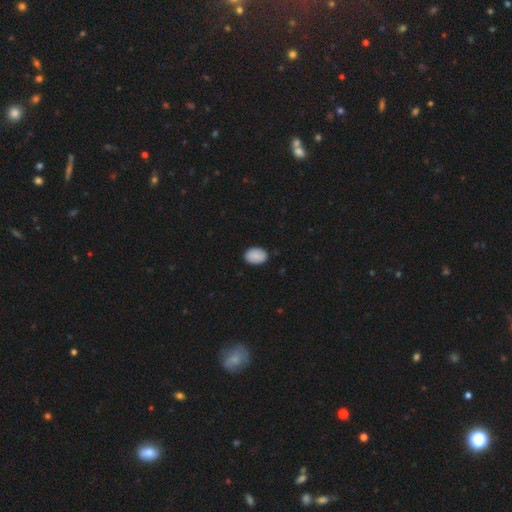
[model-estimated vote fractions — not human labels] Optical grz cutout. It shows a smooth galaxy with no disk features (88%) that is in between round and cigar-shaped (82%). Merging: none (88%).